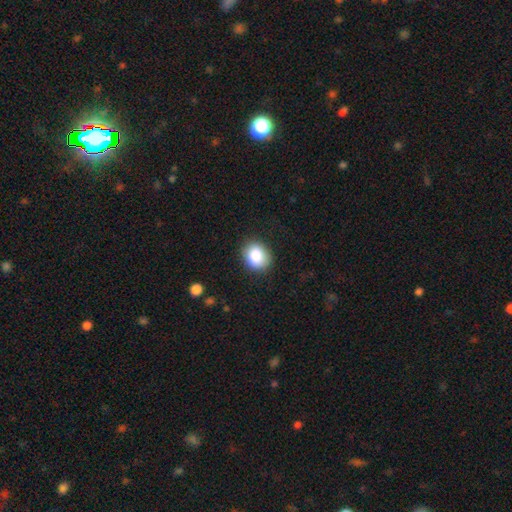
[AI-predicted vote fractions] This is clearly a smooth galaxy (87%). How rounded: possibly round (57%). Merging: clearly none (85%).